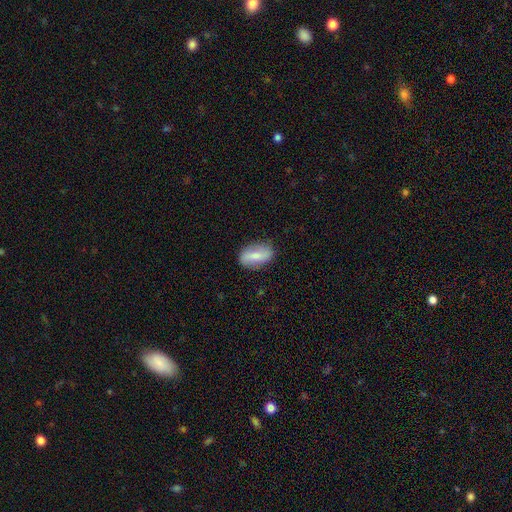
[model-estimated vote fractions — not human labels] smooth-or-featured: smooth: 58% | featured or disk: 35% | star or artifact: 7%
  how-rounded: in between: 87% | round: 8% | cigar-shaped: 5%
  merging: none: 80% | minor disturbance: 15% | major disturbance: 4% | merger: 1%